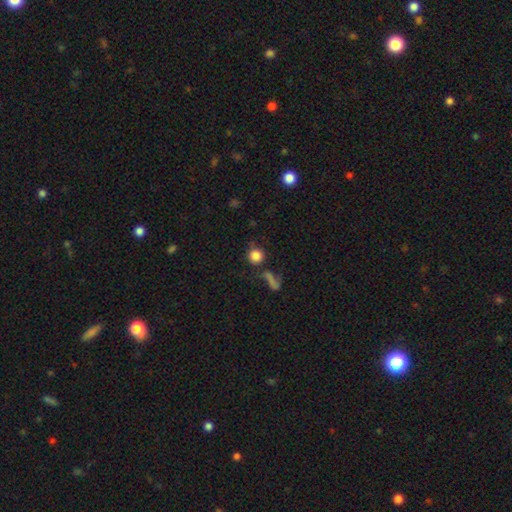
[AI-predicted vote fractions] A smooth galaxy with no disk features (83%) that is round (93%).

Vote fractions:
- Smooth or featured? smooth: 83% / star or artifact: 11% / featured or disk: 7%
- How rounded? round: 93% / in between: 5% / cigar-shaped: 1%
- Merging? none: 69% / merger: 13% / minor disturbance: 11% / major disturbance: 8%